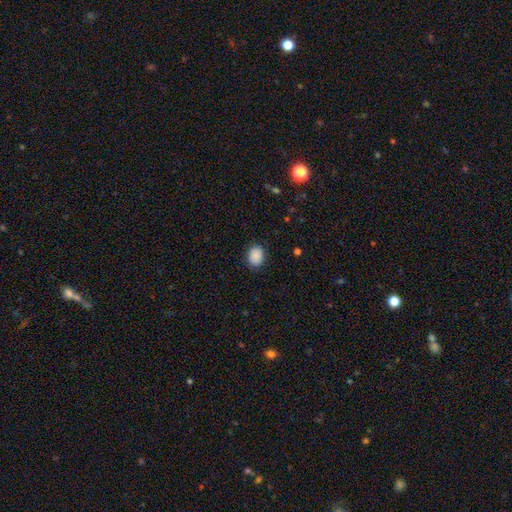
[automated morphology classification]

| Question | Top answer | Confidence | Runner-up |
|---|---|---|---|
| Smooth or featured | smooth | 89% | star or artifact (7%) |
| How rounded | in between | 66% | round (33%) |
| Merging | none | 84% | minor disturbance (12%) |